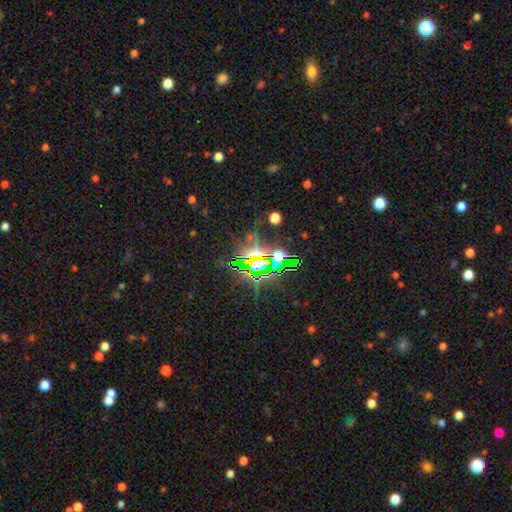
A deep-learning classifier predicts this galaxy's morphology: A star or artifact, not a galaxy (77%).

Vote fractions:
- Smooth or featured? star or artifact: 77% / smooth: 12% / featured or disk: 11%